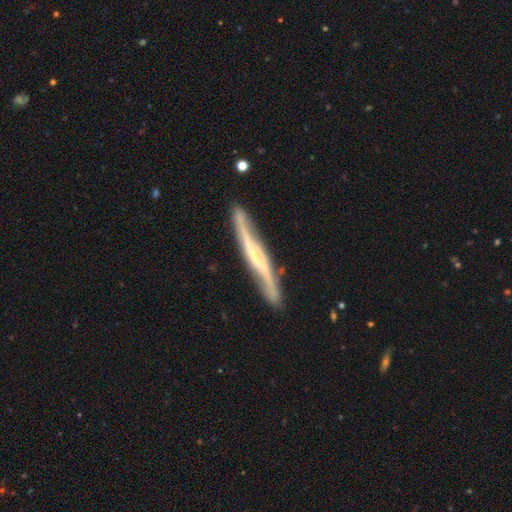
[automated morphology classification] Smooth or featured? Predicted: featured or disk (p=0.76). Edge-on disk? Predicted: yes (p=0.80). Edge-on bulge? Predicted: none (p=0.44). Merging? Predicted: none (p=0.82).